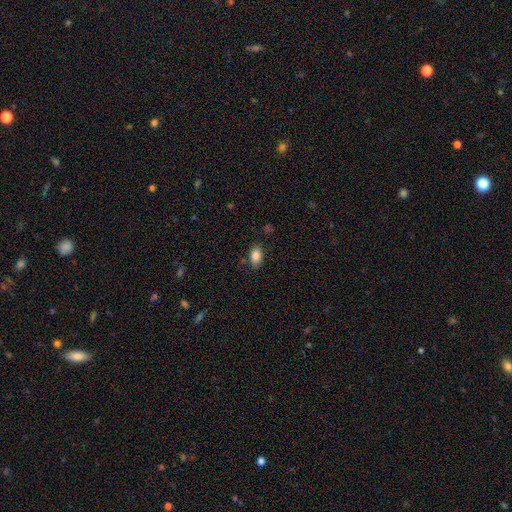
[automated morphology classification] The model was most divided on "merging": none: 81%, minor disturbance: 13%, major disturbance: 3%, merger: 2%. More confident: how rounded — in between (88%); smooth or featured — smooth (86%).